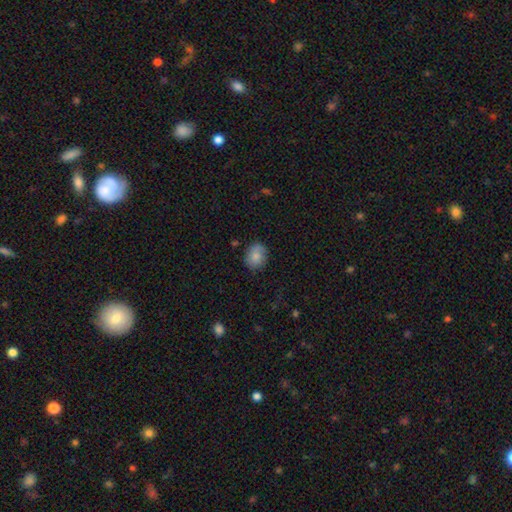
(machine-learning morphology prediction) This is clearly a smooth galaxy (82%). How rounded: possibly round (53%). Merging: likely none (80%).